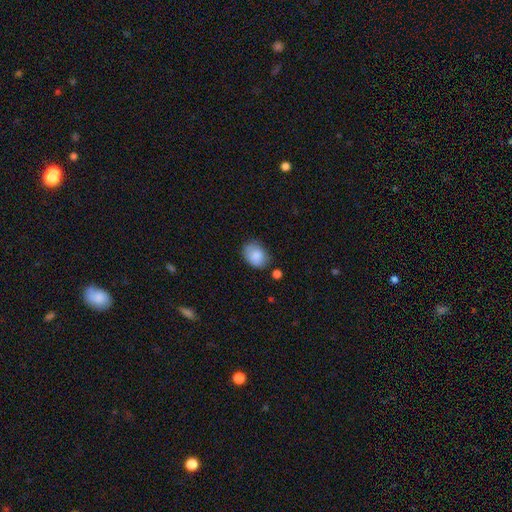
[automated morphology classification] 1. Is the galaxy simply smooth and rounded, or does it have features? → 84% smooth, 8% featured or disk, 7% star or artifact.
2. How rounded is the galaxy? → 74% in between, 25% round, 1% cigar-shaped.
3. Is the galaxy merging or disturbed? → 72% none, 20% minor disturbance, 4% major disturbance, 4% merger.